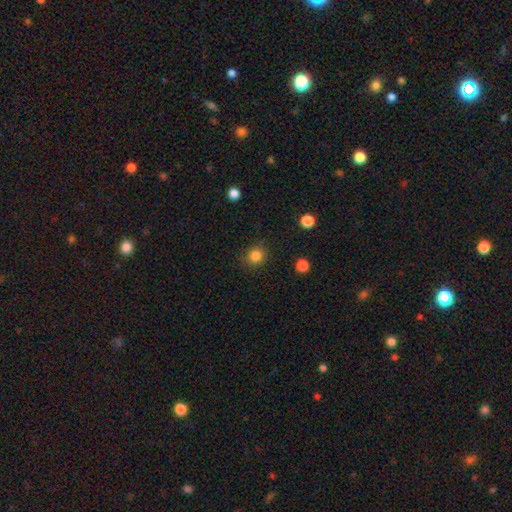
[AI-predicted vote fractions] smooth_or_featured: smooth (p=0.84) [alt: star or artifact p=0.12]
how_rounded: round (p=0.87) [alt: in between p=0.12]
merging: none (p=0.86) [alt: minor disturbance p=0.10]